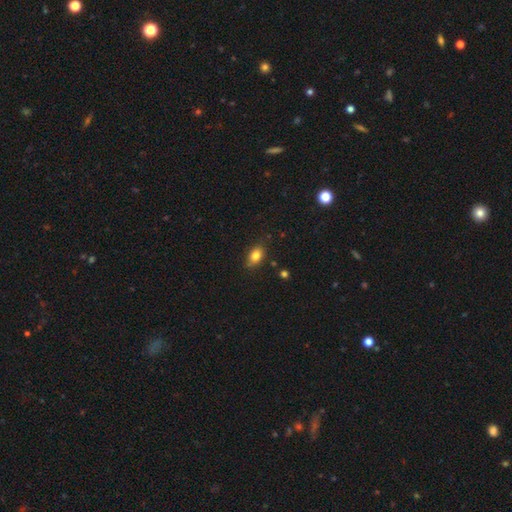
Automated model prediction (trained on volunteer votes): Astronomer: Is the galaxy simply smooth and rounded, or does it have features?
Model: smooth — 82%.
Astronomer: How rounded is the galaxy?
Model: in between — 81%.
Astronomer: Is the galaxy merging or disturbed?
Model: none — 81%.